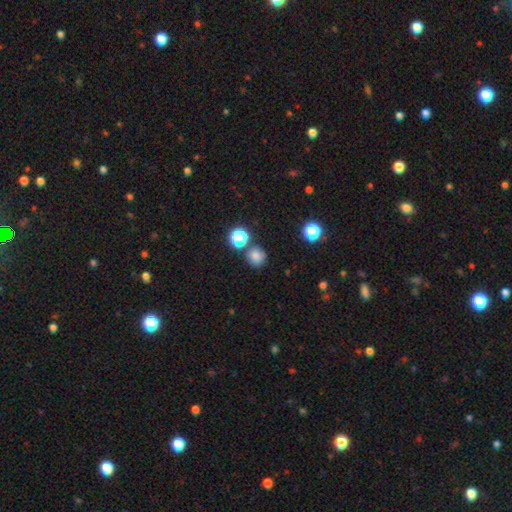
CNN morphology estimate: Smooth or featured: smooth — 77% (star or artifact — 16%)
How rounded: round — 89% (in between — 10%)
Merging: none — 74% (merger — 11%)